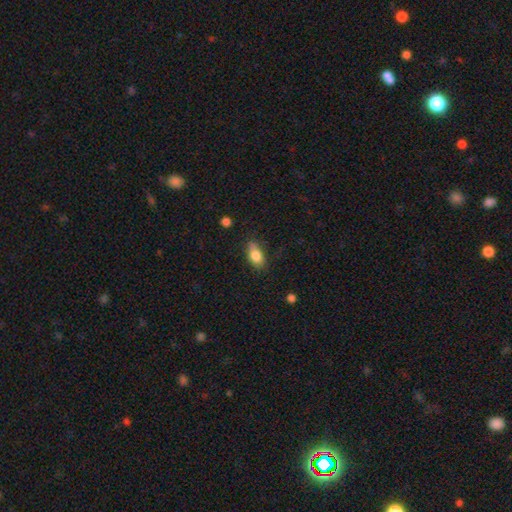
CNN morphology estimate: Q: Smooth or featured?
A: smooth (81%); runner-up: featured or disk (11%)
Q: How rounded?
A: in between (85%); runner-up: round (9%)
Q: Merging?
A: none (62%); runner-up: minor disturbance (28%)